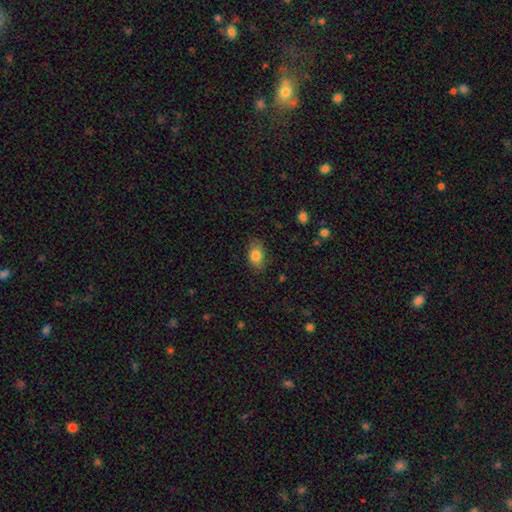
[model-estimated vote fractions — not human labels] This is clearly a smooth galaxy (83%). How rounded: clearly in between (86%). Merging: clearly none (81%).